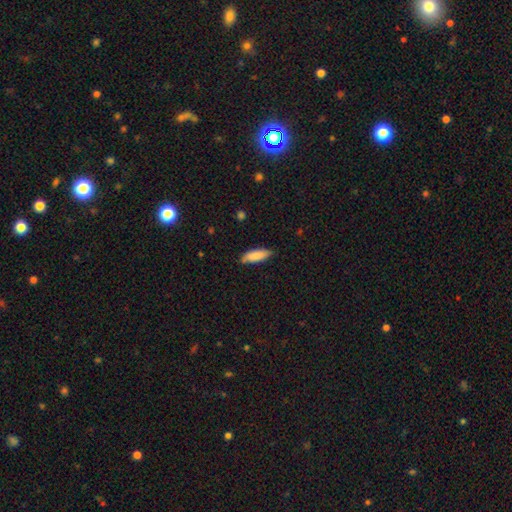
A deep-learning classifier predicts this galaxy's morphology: Smooth or featured? Predicted: smooth (p=0.86). How rounded? Predicted: in between (p=0.64). Merging? Predicted: none (p=0.76).